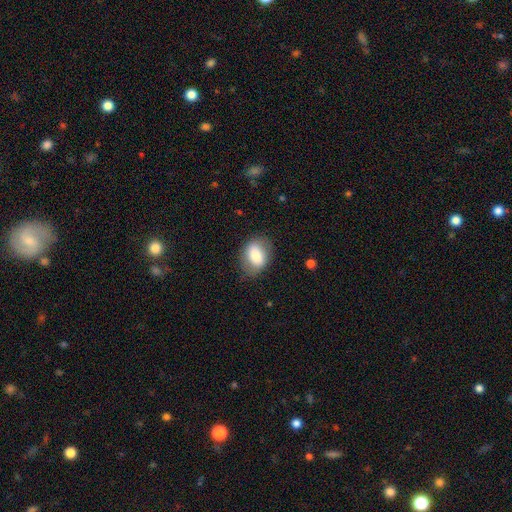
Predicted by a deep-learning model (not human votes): The model was most divided on "how rounded": in between: 72%, round: 26%, cigar-shaped: 1%. More confident: merging — none (76%); smooth or featured — smooth (72%).